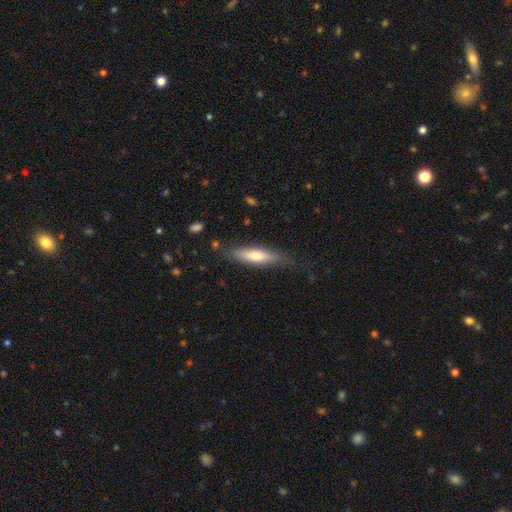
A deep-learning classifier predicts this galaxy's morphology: Q: Smooth or featured?
A: smooth (64%); runner-up: featured or disk (30%)
Q: How rounded?
A: cigar-shaped (68%); runner-up: in between (30%)
Q: Merging?
A: none (77%); runner-up: minor disturbance (17%)